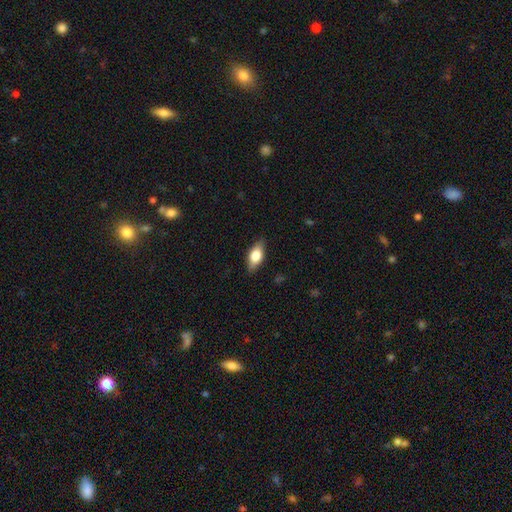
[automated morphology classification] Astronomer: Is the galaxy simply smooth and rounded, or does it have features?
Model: smooth — 68%.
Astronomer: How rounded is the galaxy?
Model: in between — 83%.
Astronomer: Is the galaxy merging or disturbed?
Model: none — 85%.